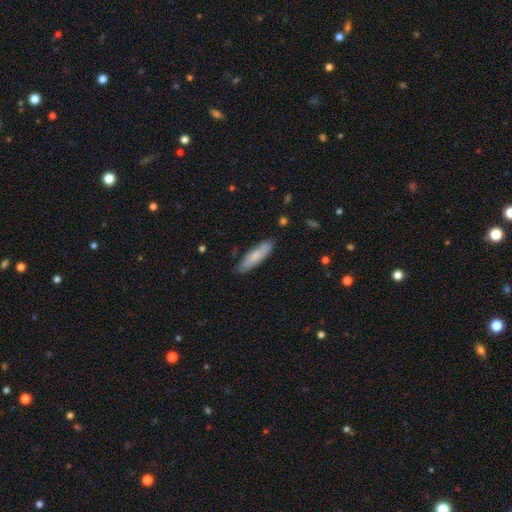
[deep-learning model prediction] Smooth or featured: smooth — 75% (featured or disk — 19%)
How rounded: cigar-shaped — 67% (in between — 31%)
Merging: none — 84% (minor disturbance — 13%)